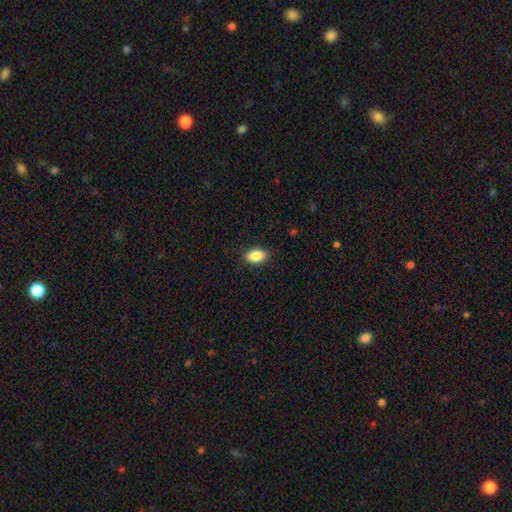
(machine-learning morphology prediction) A smooth galaxy with no disk features (87%) that is in between round and cigar-shaped (88%). Merging: none (89%).